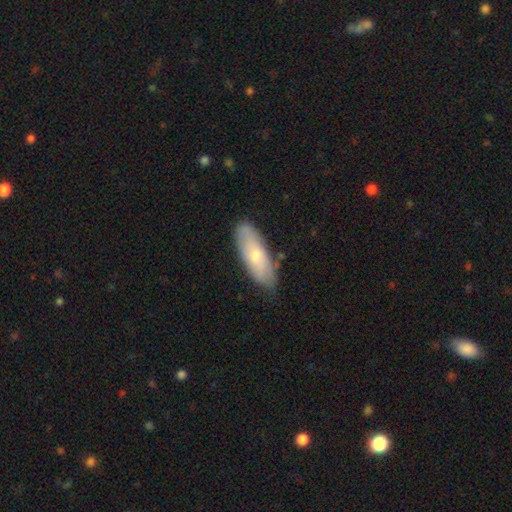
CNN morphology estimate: This appears to be a smooth galaxy with no disk features (65%) that is in between round and cigar-shaped (68%). Merging: none (75%).